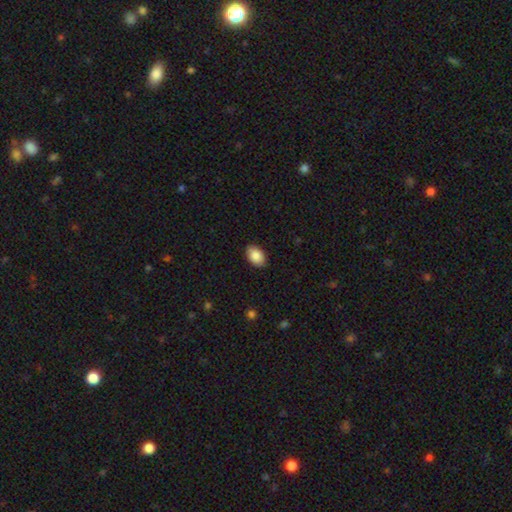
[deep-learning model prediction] smooth-or-featured: smooth: 88% | star or artifact: 7% | featured or disk: 5%
  how-rounded: in between: 88% | round: 11% | cigar-shaped: 1%
  merging: none: 87% | minor disturbance: 10% | major disturbance: 2% | merger: 1%